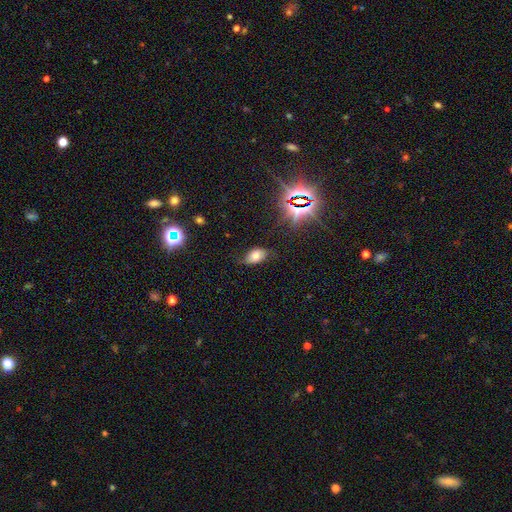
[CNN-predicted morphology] Smooth or featured?
  - smooth: 63% *
  - star or artifact: 20%
  - featured or disk: 17%
How rounded?
  - in between: 90% *
  - round: 8%
  - cigar-shaped: 2%
Merging?
  - none: 68% *
  - minor disturbance: 24%
  - major disturbance: 7%
  - merger: 2%